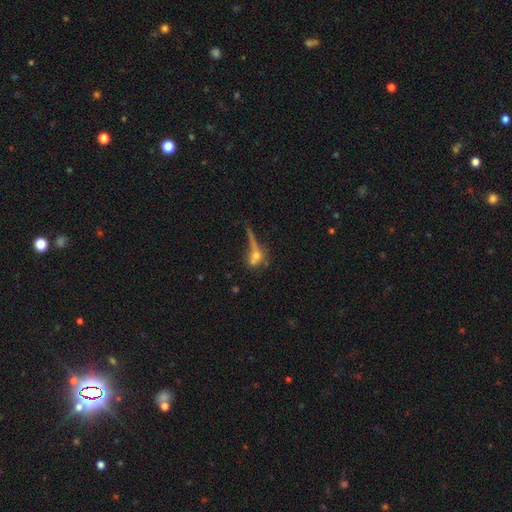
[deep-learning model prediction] Morphology: type=smooth (44%); merging=none (32%).